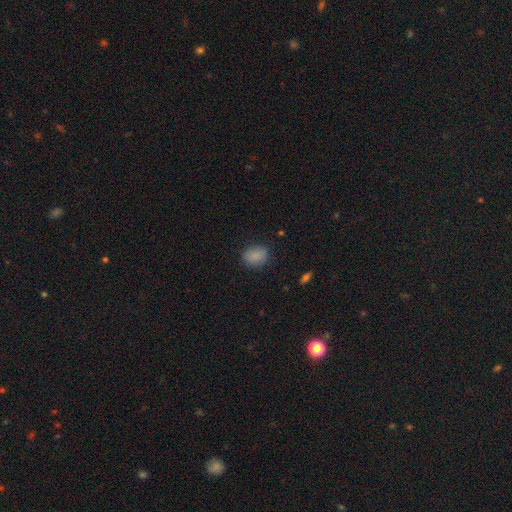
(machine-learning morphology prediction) type=smooth (87%); roundness=in between (65%); merging=none (82%).